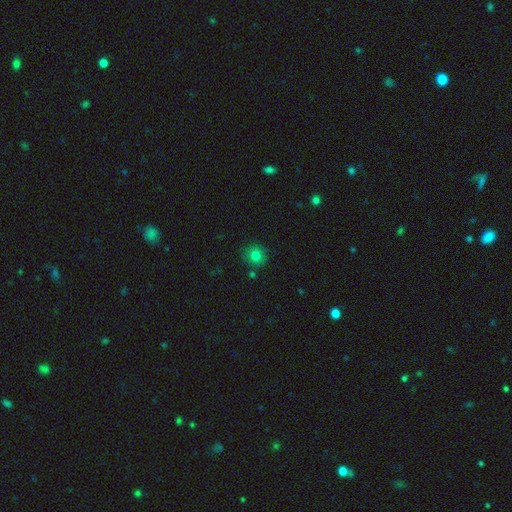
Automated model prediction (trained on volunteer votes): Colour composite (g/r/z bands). It shows a smooth galaxy with no disk features (79%) that is round (90%). Merging: none (85%).